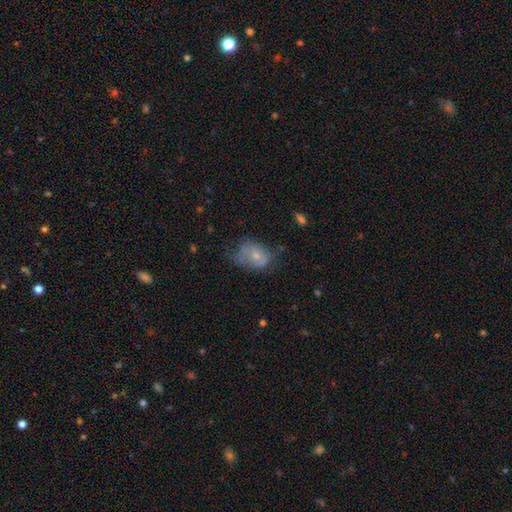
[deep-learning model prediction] This appears to be a smooth galaxy with no disk features (56%) that is in between round and cigar-shaped (73%). Merging: minor disturbance (36%).